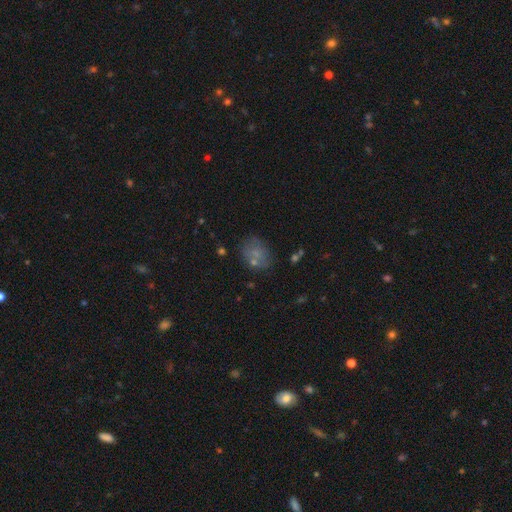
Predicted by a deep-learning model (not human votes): A smooth galaxy with no disk features (62%) that is in between round and cigar-shaped (58%). Merging: none (60%).